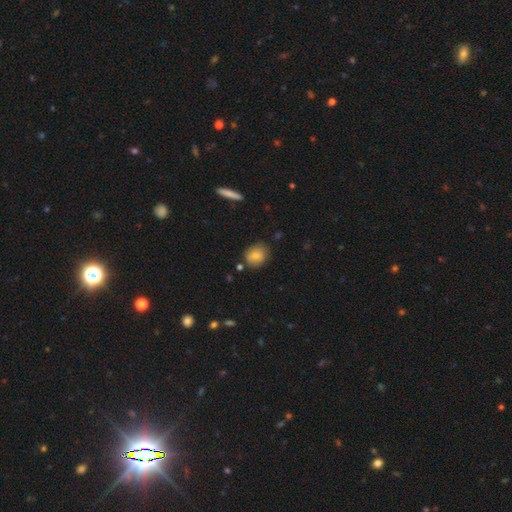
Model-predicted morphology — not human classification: This appears to be a smooth galaxy with no disk features (78%) that is round (65%). Merging: none (76%).